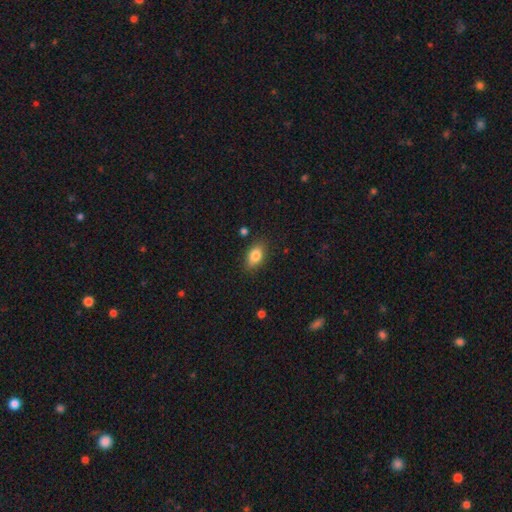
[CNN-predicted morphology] The model was most divided on "merging": none: 84%, minor disturbance: 11%, major disturbance: 3%, merger: 2%. More confident: how rounded — in between (87%); smooth or featured — smooth (83%).